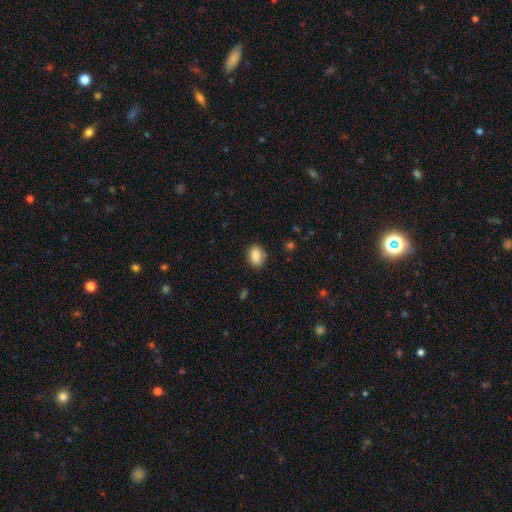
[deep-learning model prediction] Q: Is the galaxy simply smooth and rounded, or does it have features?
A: smooth — 87%.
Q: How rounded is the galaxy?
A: in between — 68%.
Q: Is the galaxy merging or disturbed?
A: none — 84%.